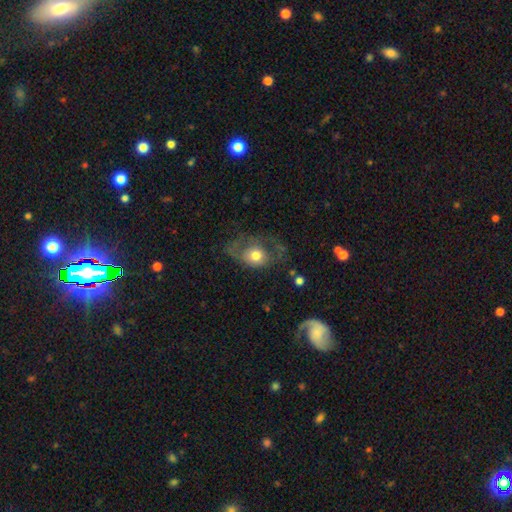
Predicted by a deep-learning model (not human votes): smooth 56%, featured or disk 35%, star or artifact 8%. Down the decision tree: how rounded — in between (54%); merging — major disturbance (39%).